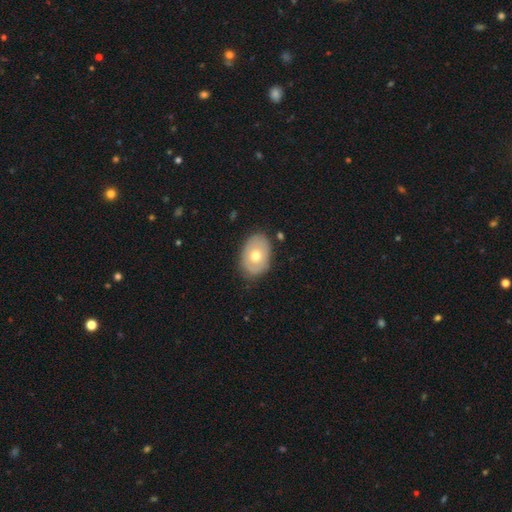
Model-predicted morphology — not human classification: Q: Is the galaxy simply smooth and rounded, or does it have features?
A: smooth — 59%.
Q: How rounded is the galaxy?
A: in between — 79%.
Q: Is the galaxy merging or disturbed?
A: none — 79%.